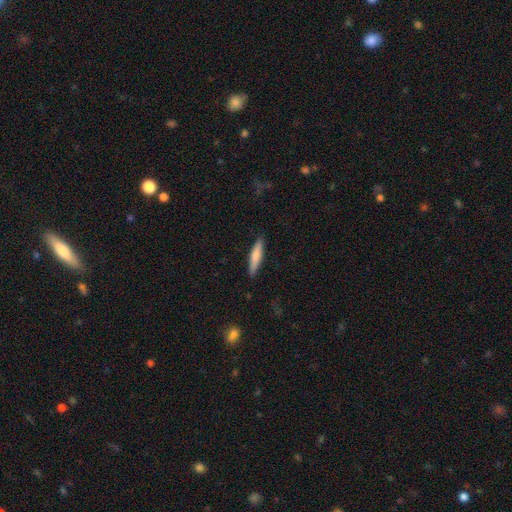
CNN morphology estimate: smooth_or_featured: smooth (p=0.74) [alt: featured or disk p=0.20]
how_rounded: cigar-shaped (p=0.86) [alt: in between p=0.13]
merging: none (p=0.89) [alt: minor disturbance p=0.08]